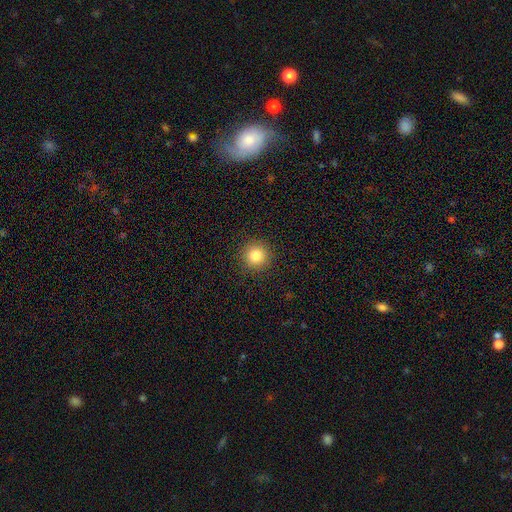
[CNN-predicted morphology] smooth-or-featured: smooth: 84% | star or artifact: 11% | featured or disk: 5%
  how-rounded: round: 95% | in between: 4% | cigar-shaped: 1%
  merging: none: 91% | minor disturbance: 6% | major disturbance: 2% | merger: 1%